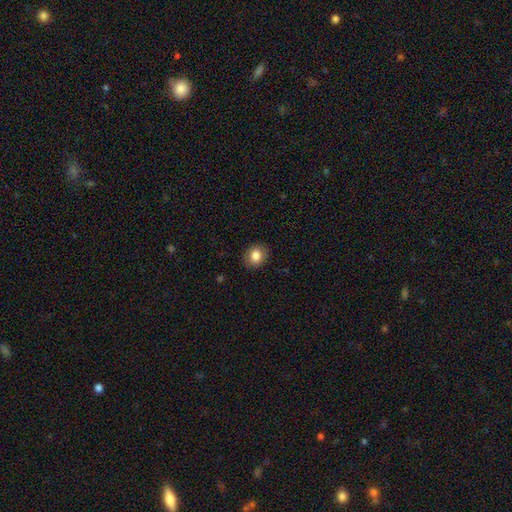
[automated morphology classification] Q: Smooth or featured?
A: smooth (83%); runner-up: star or artifact (9%)
Q: How rounded?
A: round (60%); runner-up: in between (39%)
Q: Merging?
A: none (89%); runner-up: minor disturbance (8%)